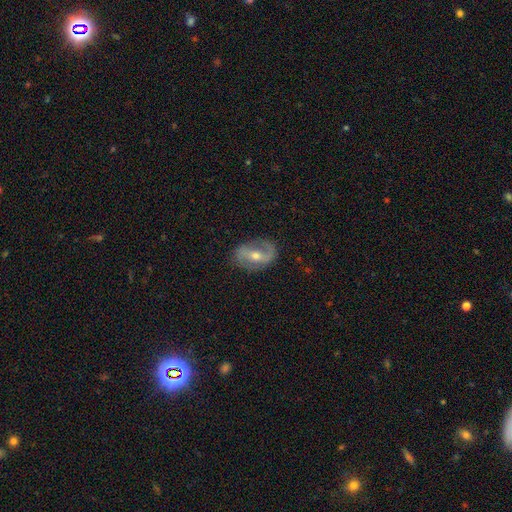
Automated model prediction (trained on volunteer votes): The model was most divided on "spiral winding" (2-way tie): medium: 39%, loose: 39%, tight: 21%. Remaining: edge-on disk — no (95%); spiral arm count — 2 (82%); spiral arms — yes (81%); merging — none (77%); smooth or featured — featured or disk (76%); bulge size — moderate (61%); bar — strong (41%).